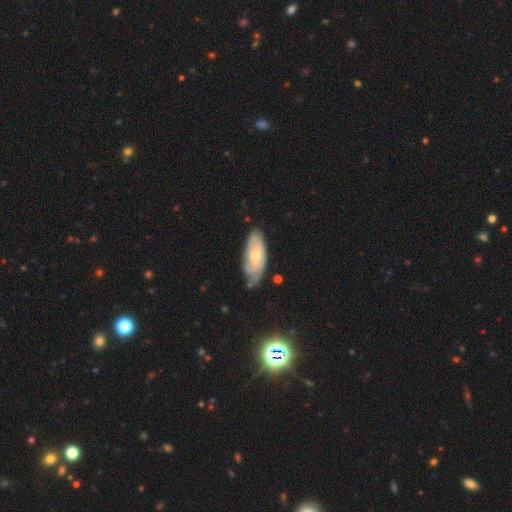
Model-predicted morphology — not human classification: smooth-or-featured: featured or disk: 50% | smooth: 44% | star or artifact: 6%
  merging: none: 61% | minor disturbance: 30% | major disturbance: 7% | merger: 2%